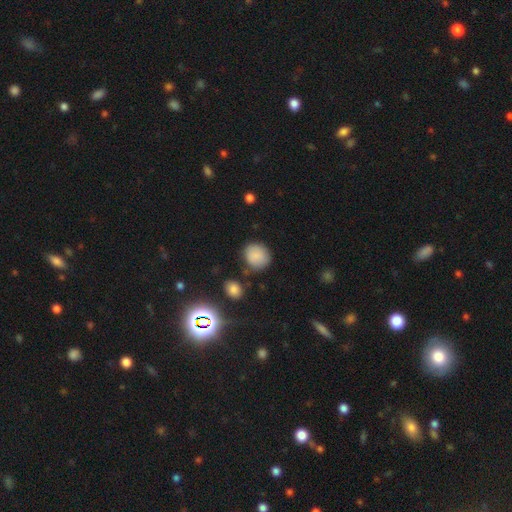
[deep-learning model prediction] smooth-or-featured: smooth: 83% | star or artifact: 11% | featured or disk: 7%
  how-rounded: round: 80% | in between: 19% | cigar-shaped: 1%
  merging: none: 77% | minor disturbance: 15% | major disturbance: 4% | merger: 4%